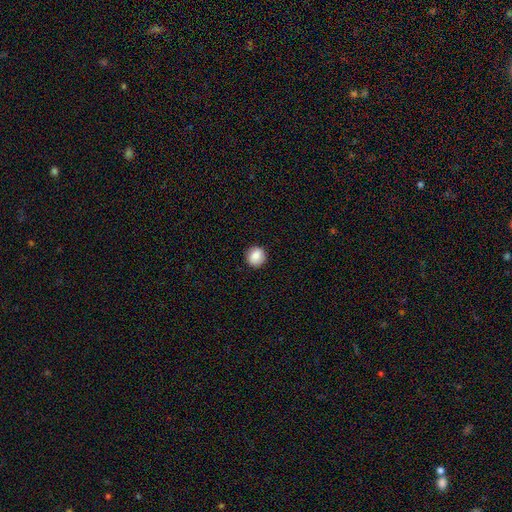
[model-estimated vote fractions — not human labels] The model was most divided on "smooth or featured": smooth: 86%, star or artifact: 8%, featured or disk: 6%. More confident: how rounded — round (94%); merging — none (92%).